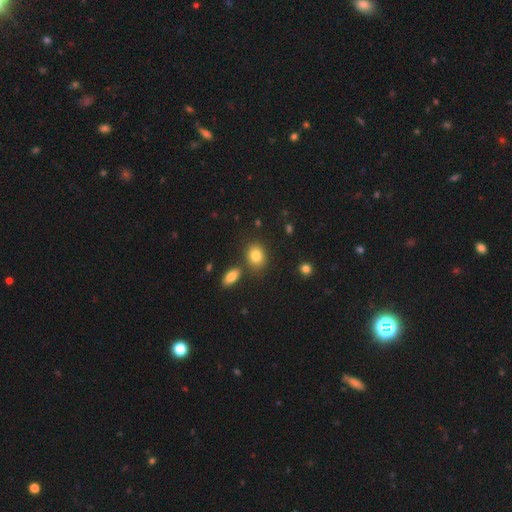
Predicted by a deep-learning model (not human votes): The model was most divided on "how rounded": in between: 53%, round: 46%, cigar-shaped: 1%. More confident: smooth or featured — smooth (83%); merging — none (74%).